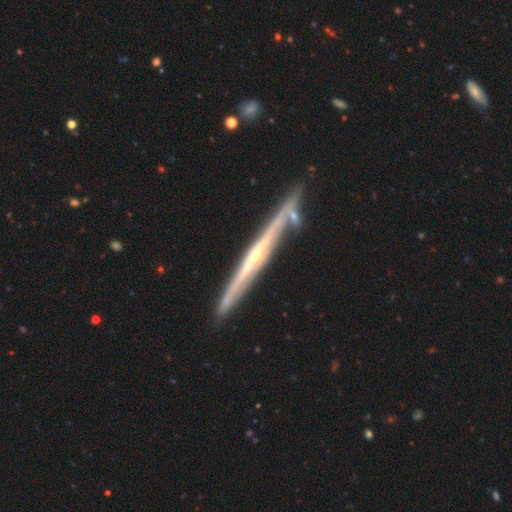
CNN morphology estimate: A featured or disk galaxy (85%) viewed edge-on (96%) with a rounded central bulge (67%).

Vote fractions:
- Smooth or featured? featured or disk: 85% / smooth: 9% / star or artifact: 5%
- Edge-on disk? yes: 96% / no: 4%
- Edge-on bulge? rounded: 67% / none: 30% / boxy: 4%
- Merging? none: 82% / minor disturbance: 11% / merger: 5% / major disturbance: 2%